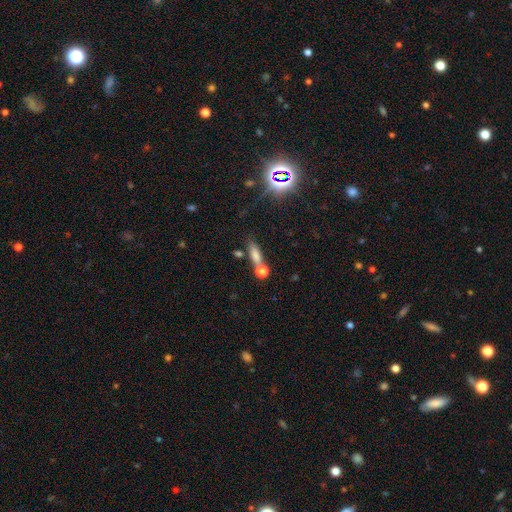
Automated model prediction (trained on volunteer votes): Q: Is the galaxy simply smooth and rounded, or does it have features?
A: smooth — 70%.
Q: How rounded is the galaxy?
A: cigar-shaped — 46%.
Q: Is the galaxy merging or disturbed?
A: none — 55%.